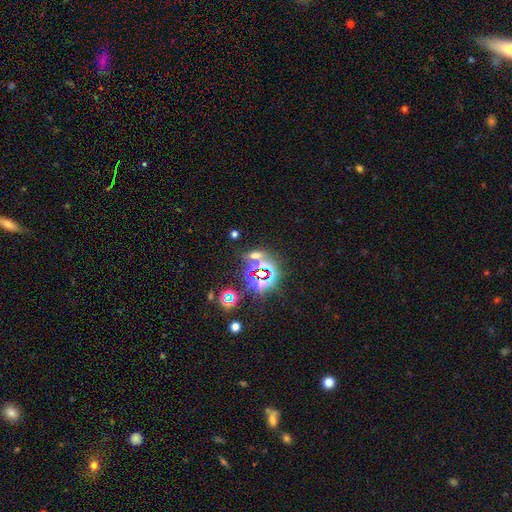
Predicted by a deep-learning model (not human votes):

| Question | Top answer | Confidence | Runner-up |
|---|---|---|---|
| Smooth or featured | star or artifact | 57% | smooth (32%) |